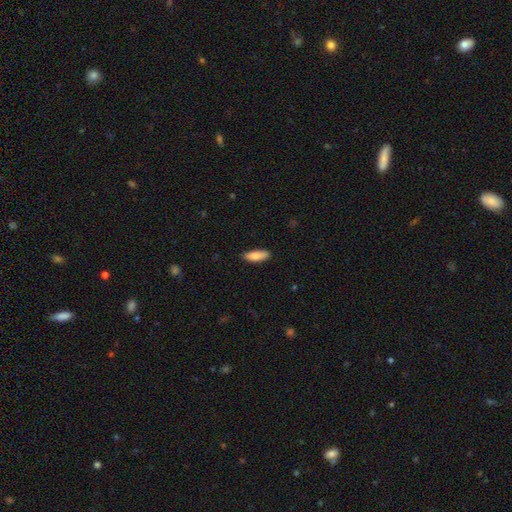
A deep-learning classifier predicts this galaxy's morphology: Q: Smooth or featured?
A: smooth (87%); runner-up: featured or disk (8%)
Q: How rounded?
A: in between (61%); runner-up: cigar-shaped (37%)
Q: Merging?
A: none (85%); runner-up: minor disturbance (12%)